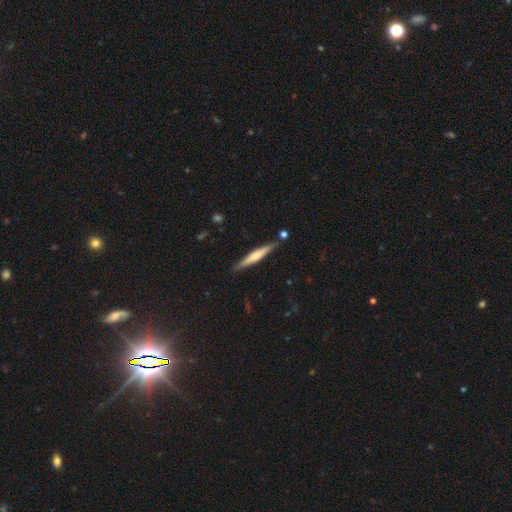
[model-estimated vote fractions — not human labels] featured or disk 53%, smooth 42%, star or artifact 6%. Down the decision tree: edge-on disk — yes (97%); edge-on bulge — rounded (60%); merging — none (88%).